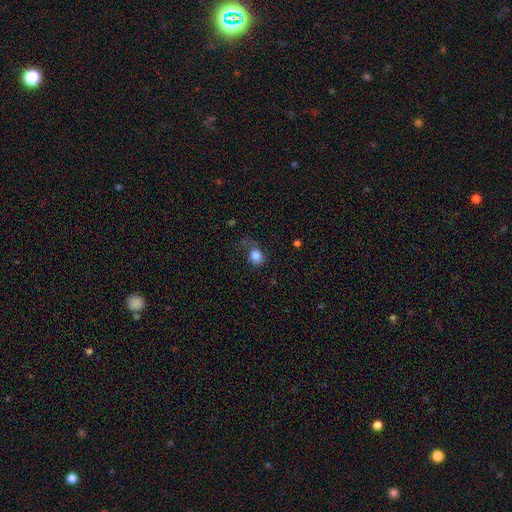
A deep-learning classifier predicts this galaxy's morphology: The model was most divided on "merging": none: 43%, major disturbance: 28%, minor disturbance: 24%, merger: 4%. More confident: smooth or featured — smooth (81%); how rounded — round (78%).